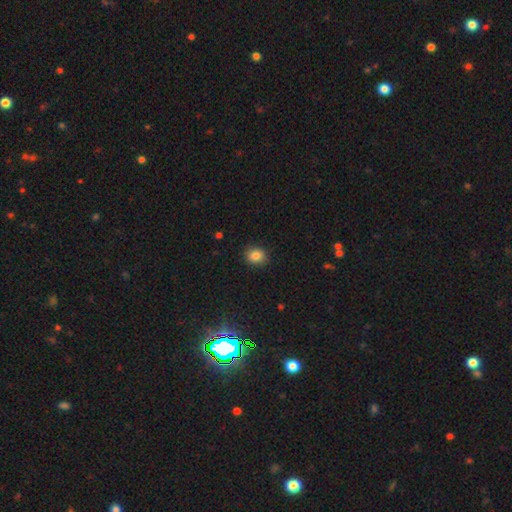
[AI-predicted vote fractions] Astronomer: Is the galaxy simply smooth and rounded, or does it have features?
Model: smooth — 84%.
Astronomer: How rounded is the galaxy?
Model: round — 62% (runner-up: in between, 37%).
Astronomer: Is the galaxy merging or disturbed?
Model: none — 89%.